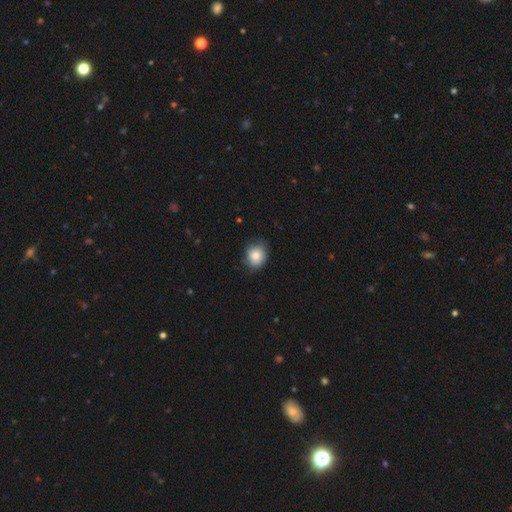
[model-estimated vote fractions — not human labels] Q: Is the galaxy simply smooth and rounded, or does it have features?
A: smooth — 83%.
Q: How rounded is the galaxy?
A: round — 64%.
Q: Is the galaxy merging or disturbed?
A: none — 71%.